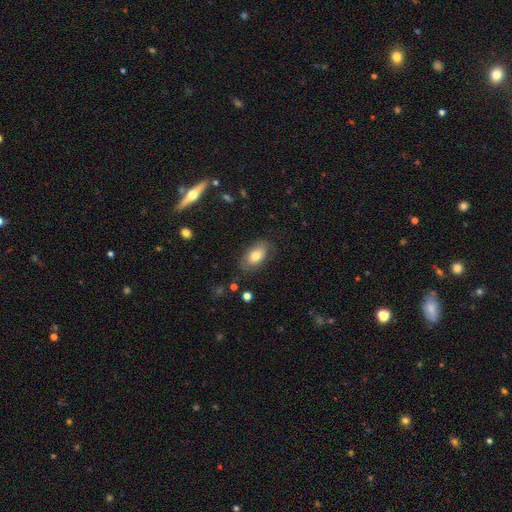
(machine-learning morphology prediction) The model was most divided on "smooth or featured": smooth: 74%, featured or disk: 19%, star or artifact: 8%. More confident: how rounded — in between (91%); merging — none (77%).